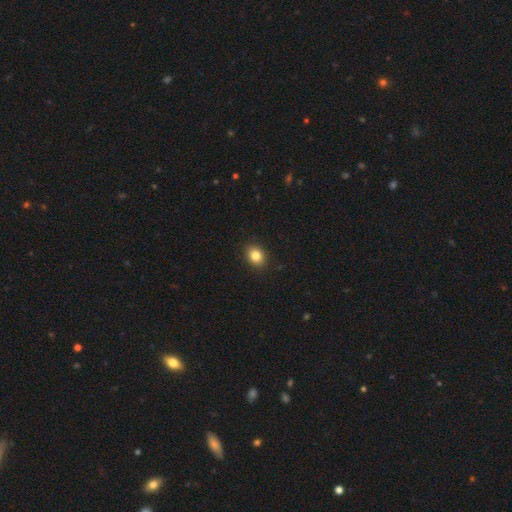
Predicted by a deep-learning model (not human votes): Smooth or featured? smooth (83%)
How rounded? in between (56%)
Merging? none (90%)